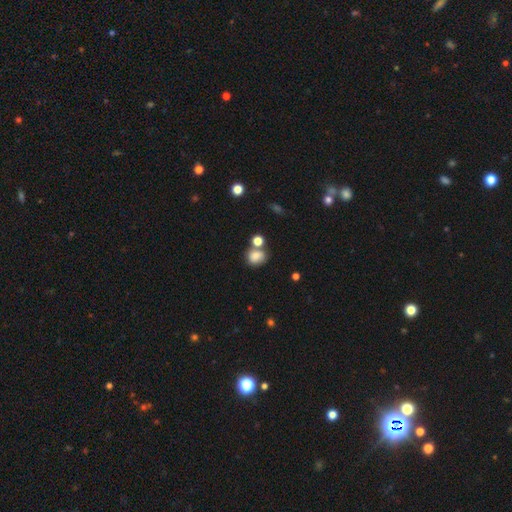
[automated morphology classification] smooth_or_featured: smooth (p=0.80) [alt: star or artifact p=0.11]
how_rounded: round (p=0.60) [alt: in between p=0.39]
merging: none (p=0.50) [alt: merger p=0.29]